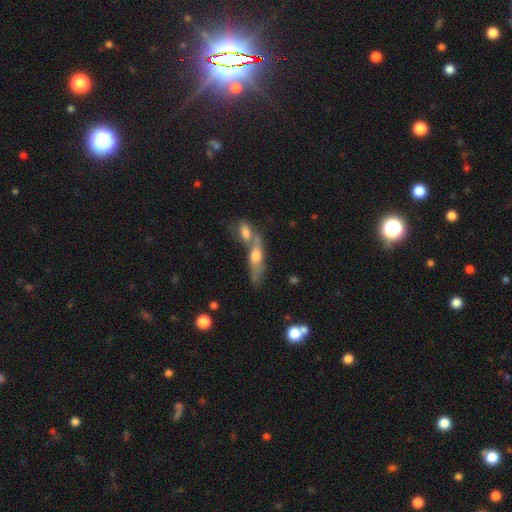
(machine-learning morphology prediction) A smooth galaxy with no disk features (50%). Merging: merger (52%).